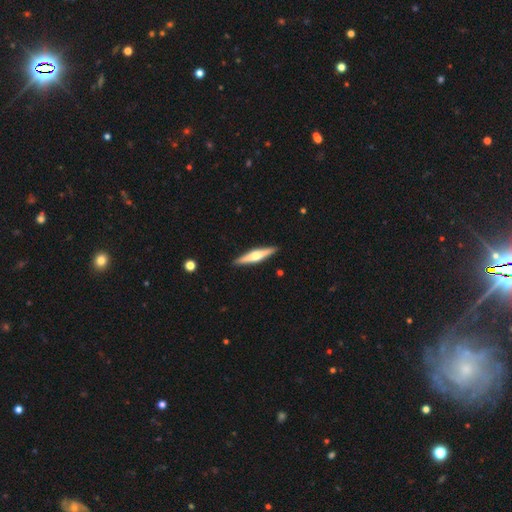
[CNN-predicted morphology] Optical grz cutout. It shows a featured or disk galaxy (67%) viewed edge-on (97%) with a rounded central bulge (89%). Merging: none (91%).